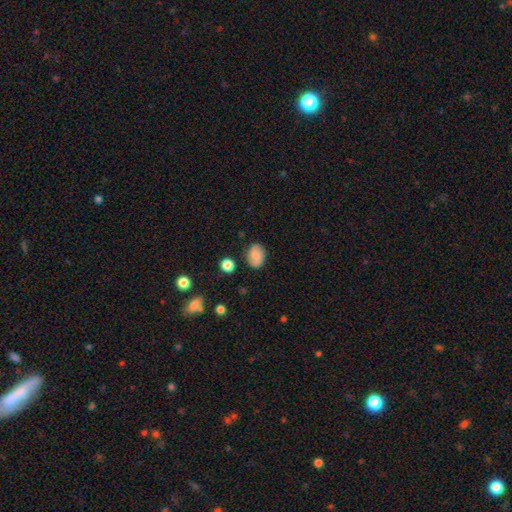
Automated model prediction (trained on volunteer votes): Overall: smooth (65%). How rounded: in between (67%; round 32%). Merging: none (77%).